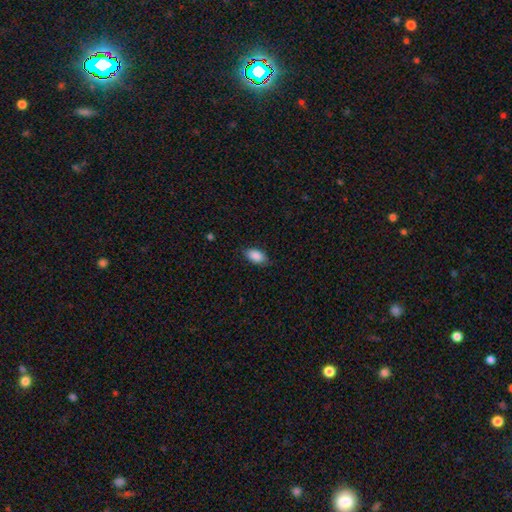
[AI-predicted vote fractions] smooth 89%, star or artifact 7%, featured or disk 4%. Down the decision tree: how rounded — in between (92%); merging — none (81%).